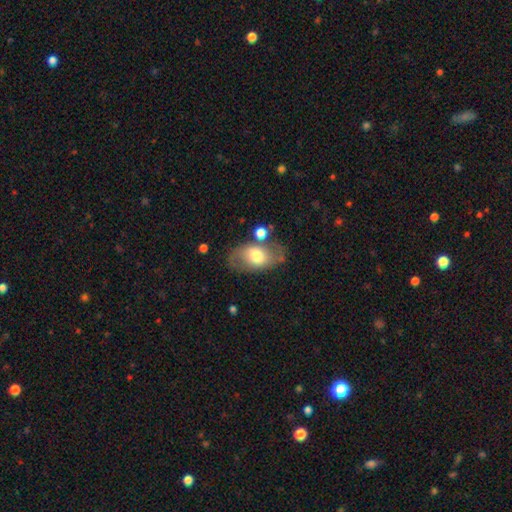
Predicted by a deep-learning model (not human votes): This is possibly a smooth galaxy (60%). How rounded: clearly in between (88%). Merging: likely none (64%).